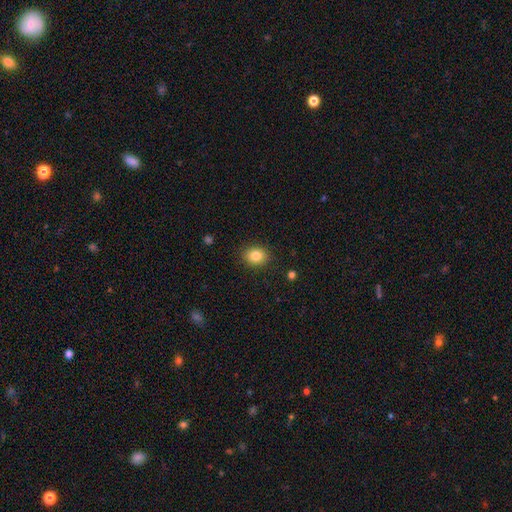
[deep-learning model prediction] The model was most divided on "how rounded": round: 51%, in between: 48%, cigar-shaped: 1%. More confident: merging — none (89%); smooth or featured — smooth (84%).